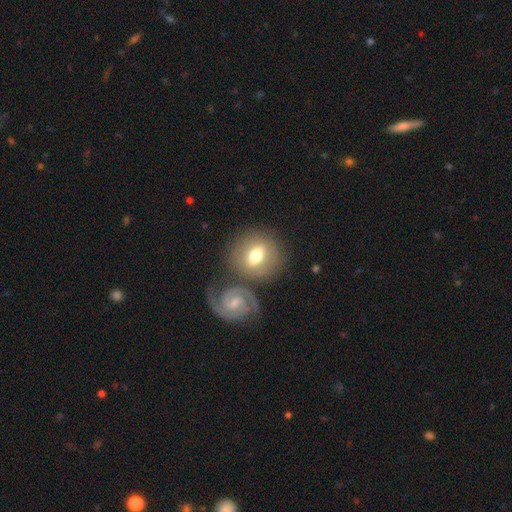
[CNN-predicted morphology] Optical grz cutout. It shows a smooth galaxy with no disk features (49%). Merging: none (60%).